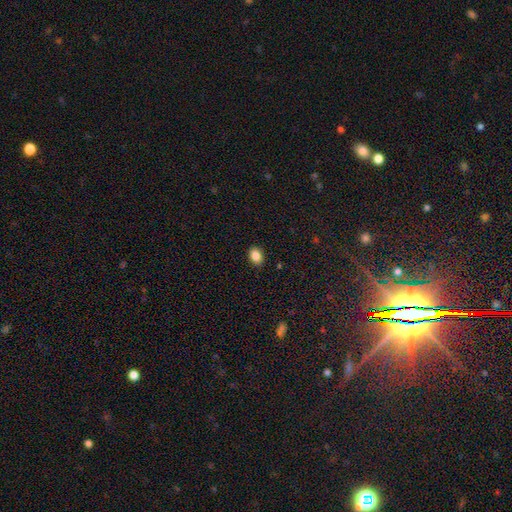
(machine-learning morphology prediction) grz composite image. It shows a smooth galaxy with no disk features (87%) that is in between round and cigar-shaped (78%). Merging: none (90%).